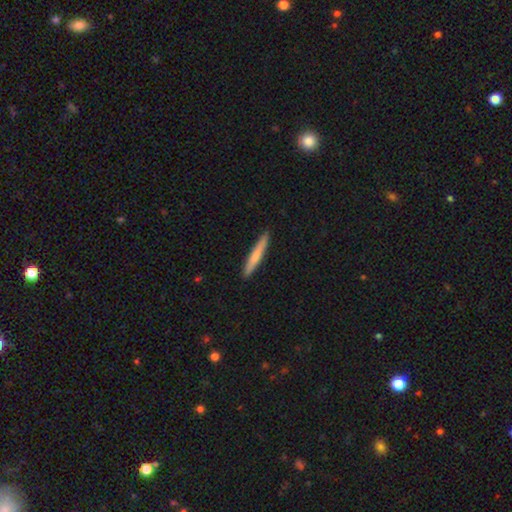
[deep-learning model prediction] A smooth galaxy with no disk features (70%) that is cigar-shaped (95%).

Vote fractions:
- Smooth or featured? smooth: 70% / featured or disk: 25% / star or artifact: 5%
- How rounded? cigar-shaped: 95% / in between: 4% / round: 1%
- Merging? none: 91% / minor disturbance: 7% / major disturbance: 1% / merger: 1%